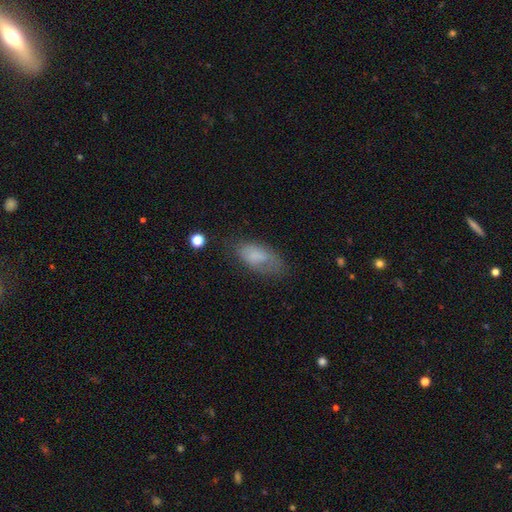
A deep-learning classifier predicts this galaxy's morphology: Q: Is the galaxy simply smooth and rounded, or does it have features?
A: smooth — 71%.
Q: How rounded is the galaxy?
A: in between — 89%.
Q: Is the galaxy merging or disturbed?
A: none — 54%.